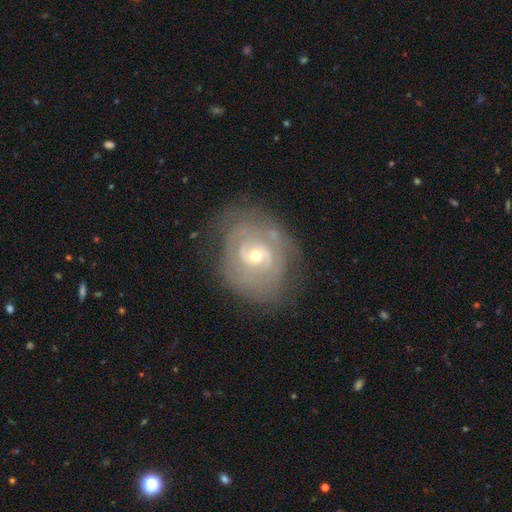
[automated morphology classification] smooth-or-featured: featured or disk: 78% | smooth: 15% | star or artifact: 7%
  disk-edge-on: no: 96% | yes: 4%
    bar: no: 58% | weak: 33% | strong: 9%
    has-spiral-arms: yes: 79% | no: 21%
      spiral-winding: tight: 69% | medium: 24% | loose: 8%
      spiral-arm-count: can't tell: 40% | 2: 37% | 3: 10% | 1: 5% | 4: 4% | more than 4: 3%
    bulge-size: small: 50% | moderate: 47% | large: 2% | none: 1% | dominant: 1%
  merging: none: 70% | minor disturbance: 19% | major disturbance: 9% | merger: 2%